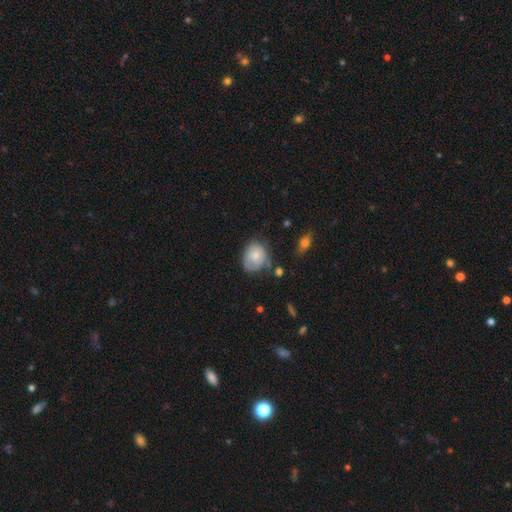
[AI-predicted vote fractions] smooth 64%, featured or disk 28%, star or artifact 8%. Down the decision tree: how rounded — round (57%); merging — none (45%).